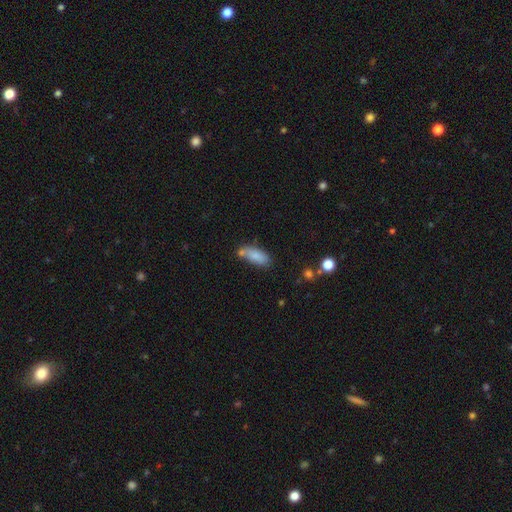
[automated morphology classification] This is likely a smooth galaxy (80%). How rounded: likely in between (77%). Merging: possibly none (55%).